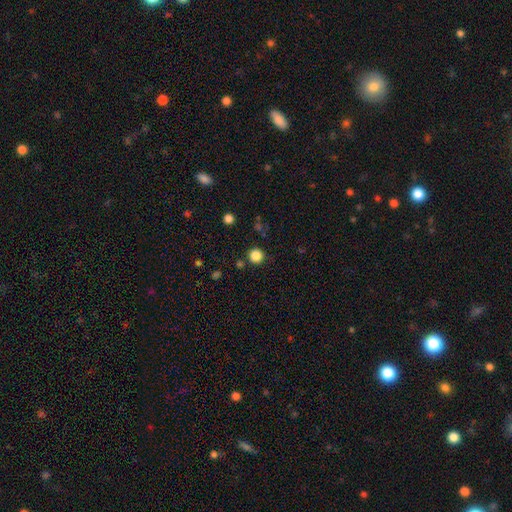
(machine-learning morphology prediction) Overall: smooth (84%). How rounded: round (94%). Merging: none (88%).